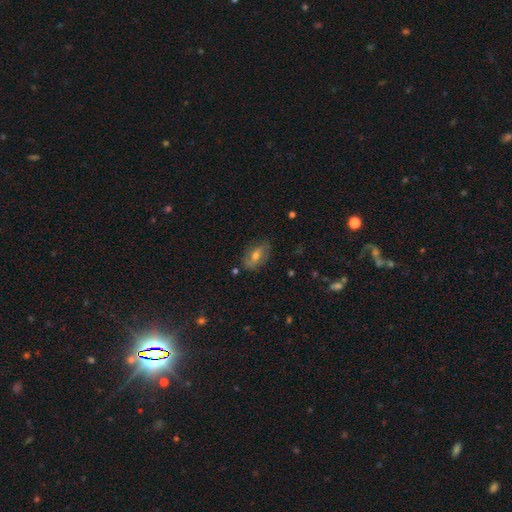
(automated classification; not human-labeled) smooth 43% (tied), featured or disk 43% (tied), star or artifact 14%. Down the decision tree: merging — none (75%).